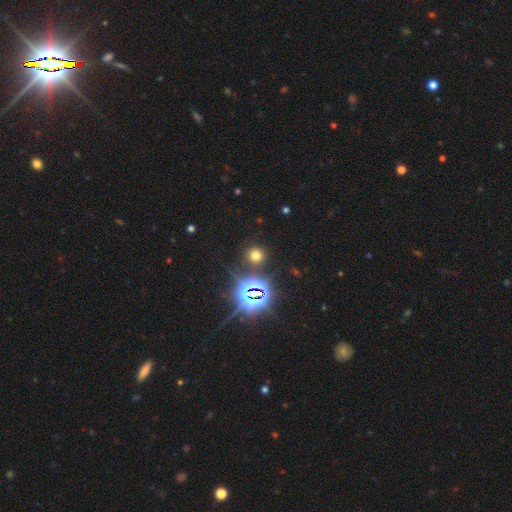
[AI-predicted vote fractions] The model was most divided on "smooth or featured": smooth: 58%, star or artifact: 34%, featured or disk: 8%. More confident: how rounded — round (90%); merging — none (86%).